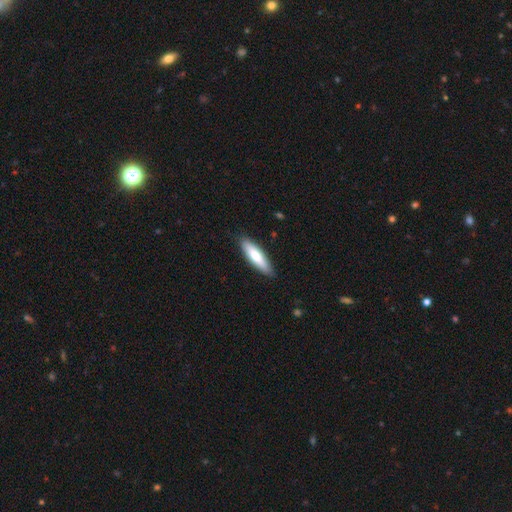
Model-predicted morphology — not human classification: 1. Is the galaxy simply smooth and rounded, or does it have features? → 72% smooth, 23% featured or disk, 5% star or artifact.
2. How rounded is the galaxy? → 62% cigar-shaped, 37% in between, 1% round.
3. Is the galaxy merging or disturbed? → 86% none, 11% minor disturbance, 2% major disturbance, 1% merger.